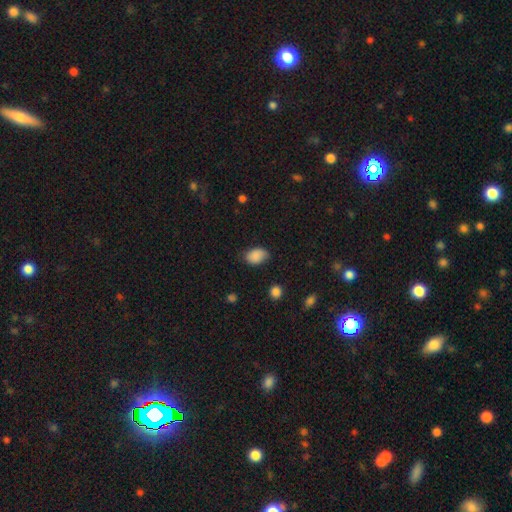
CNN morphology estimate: Overall: smooth (87%). How rounded: in between (84%). Merging: none (73%).